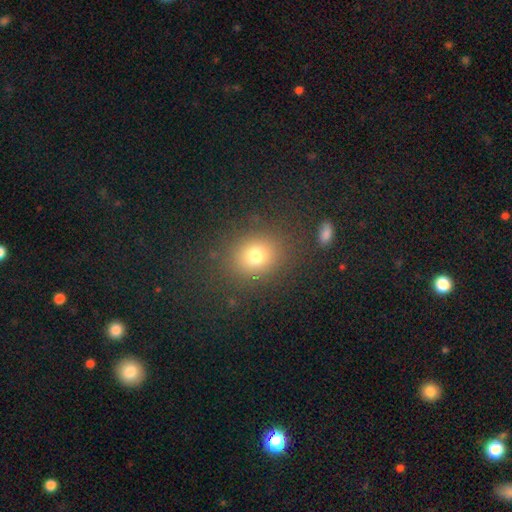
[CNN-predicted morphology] A smooth galaxy with no disk features (74%) that is round (70%).

Vote fractions:
- Smooth or featured? smooth: 74% / star or artifact: 17% / featured or disk: 10%
- How rounded? round: 70% / in between: 29% / cigar-shaped: 1%
- Merging? none: 84% / minor disturbance: 9% / major disturbance: 5% / merger: 2%